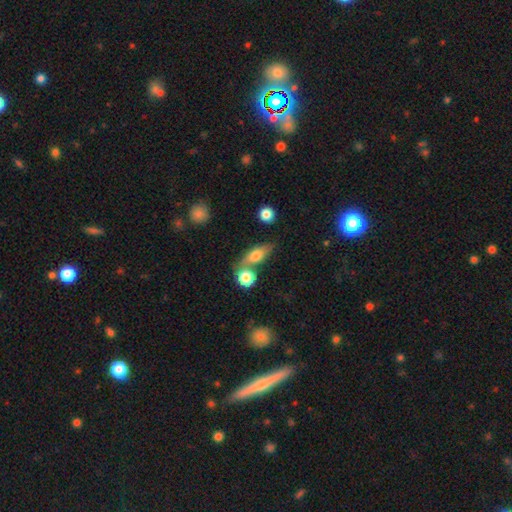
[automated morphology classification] This appears to be a smooth galaxy with no disk features (64%) that is in between round and cigar-shaped (65%). Merging: none (51%).